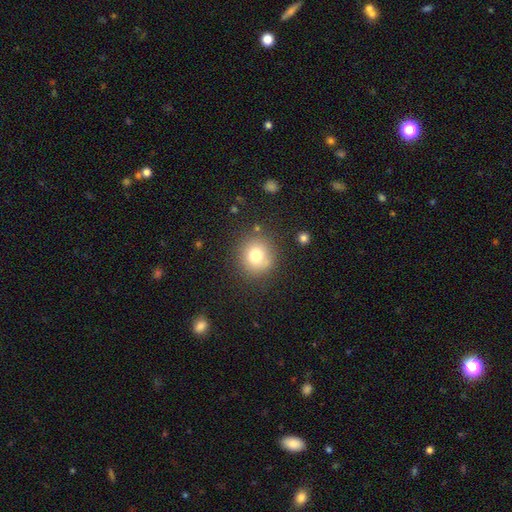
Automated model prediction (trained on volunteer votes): smooth 78%, star or artifact 12%, featured or disk 10%. Down the decision tree: how rounded — round (88%); merging — none (80%).